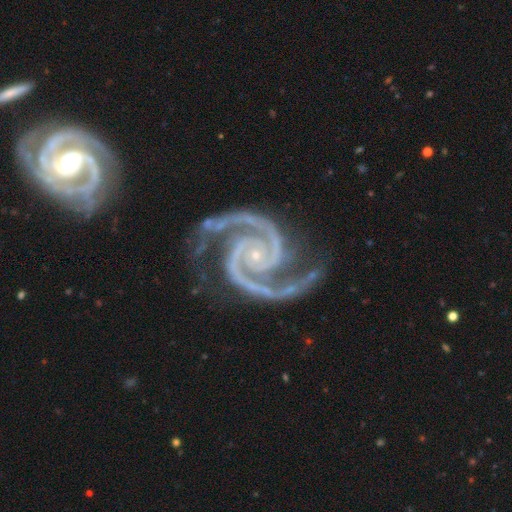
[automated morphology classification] smooth-or-featured: featured or disk: 95% | star or artifact: 3% | smooth: 1%
  disk-edge-on: no: 99% | yes: 1%
    bar: no: 69% | weak: 18% | strong: 13%
    has-spiral-arms: yes: 99% | no: 1%
      spiral-winding: tight: 51% | medium: 44% | loose: 5%
      spiral-arm-count: 2: 93% | 3: 3% | can't tell: 1% | 4: 1% | 1: 1% | more than 4: 1%
    bulge-size: small: 87% | moderate: 8% | none: 3% | large: 1% | dominant: 1%
  merging: none: 70% | minor disturbance: 19% | major disturbance: 7% | merger: 3%